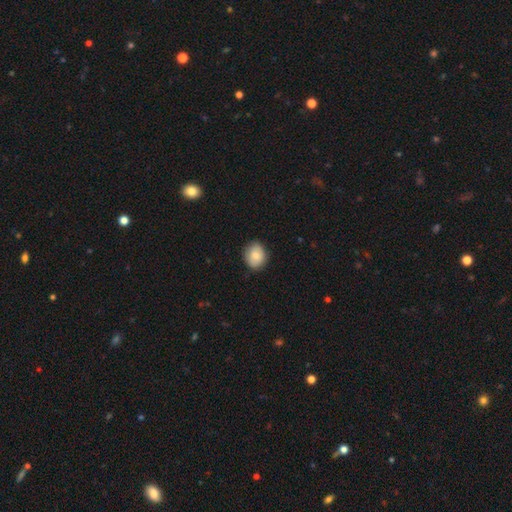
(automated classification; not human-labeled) Smooth or featured: smooth — 81% (featured or disk — 12%)
How rounded: round — 63% (in between — 36%)
Merging: none — 84% (minor disturbance — 13%)